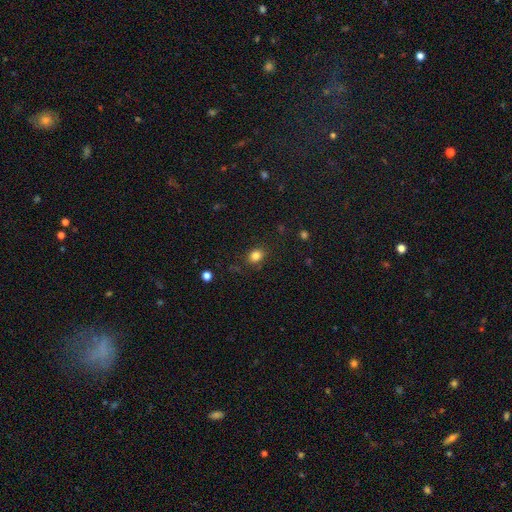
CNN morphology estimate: A smooth galaxy with no disk features (83%) that is round (61%). Merging: none (85%).